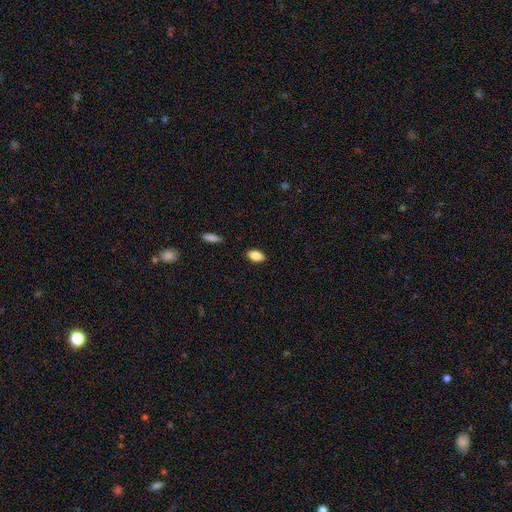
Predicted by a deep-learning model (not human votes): smooth 84%, featured or disk 9%, star or artifact 8%. Down the decision tree: how rounded — in between (91%); merging — none (88%).